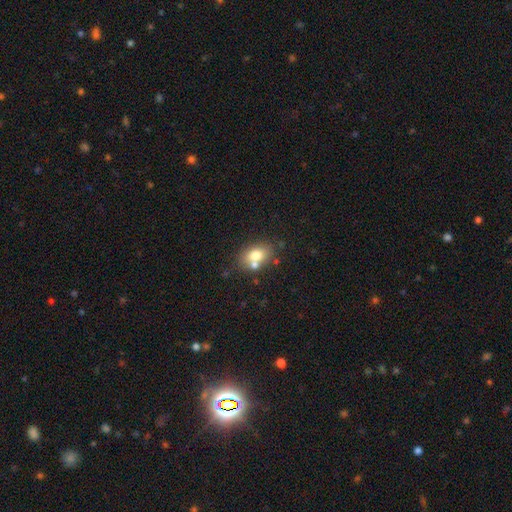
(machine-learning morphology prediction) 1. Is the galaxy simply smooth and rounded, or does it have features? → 73% smooth, 17% featured or disk, 10% star or artifact.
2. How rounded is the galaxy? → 76% in between, 22% round, 2% cigar-shaped.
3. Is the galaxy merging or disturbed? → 59% none, 24% merger, 14% minor disturbance, 4% major disturbance.